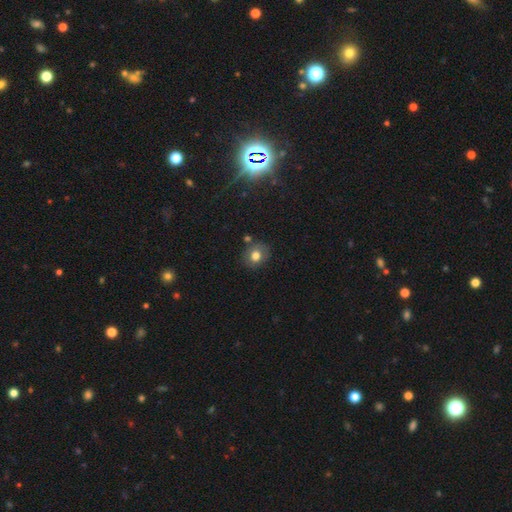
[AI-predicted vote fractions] A smooth galaxy with no disk features (76%) that is round (71%). Merging: none (78%).